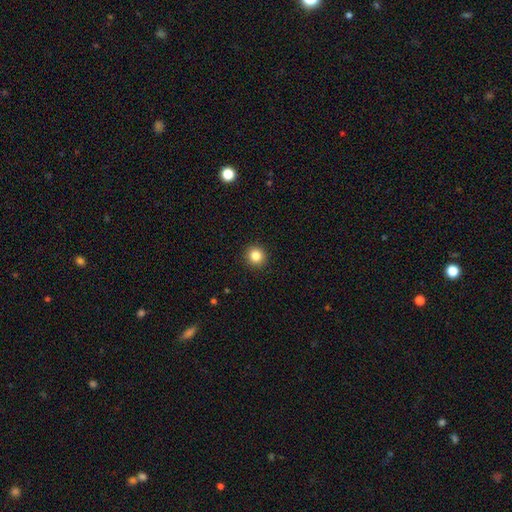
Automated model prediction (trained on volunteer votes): Morphology: type=smooth (83%); roundness=round (94%); merging=none (93%).